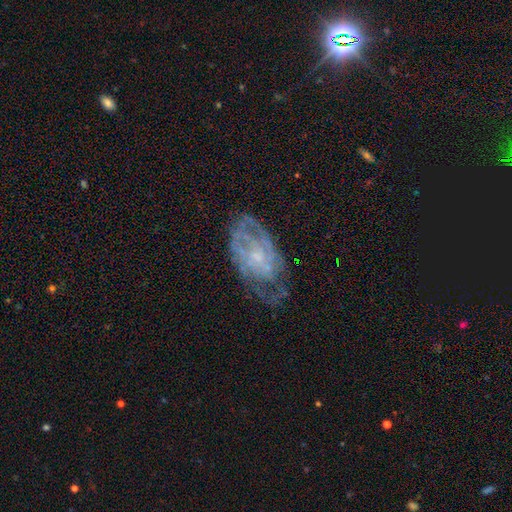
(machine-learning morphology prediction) This appears to be a featured or disk galaxy (67%) with no bar (70%), spiral arms (78%) and a small central bulge (69%). Merging: none (64%).